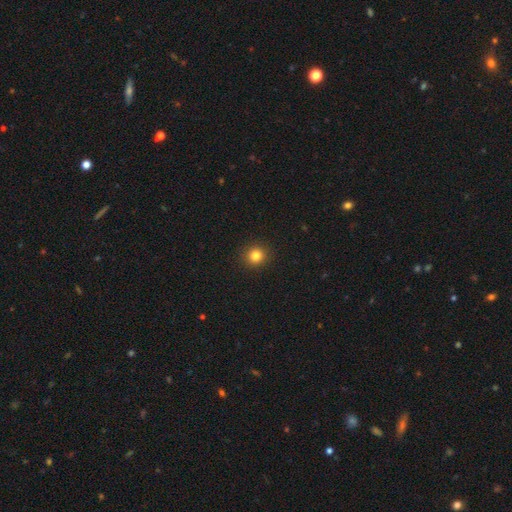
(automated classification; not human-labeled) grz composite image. It shows a smooth galaxy with no disk features (83%) that is round (92%). Merging: none (92%).